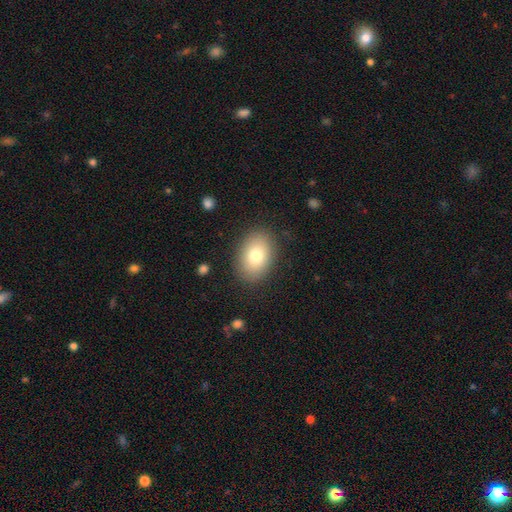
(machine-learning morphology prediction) Smooth or featured? smooth (77%)
How rounded? in between (78%)
Merging? none (86%)